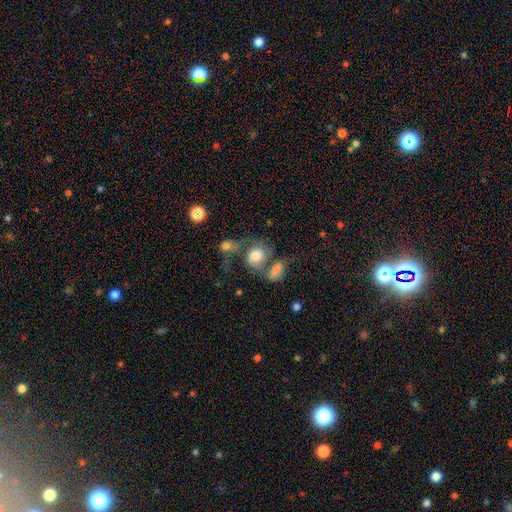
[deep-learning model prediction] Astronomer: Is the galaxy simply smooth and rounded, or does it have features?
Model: smooth — 60%.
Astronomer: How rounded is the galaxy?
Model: round — 50% (runner-up: in between, 48%).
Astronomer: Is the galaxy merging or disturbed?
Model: merger — 51%.